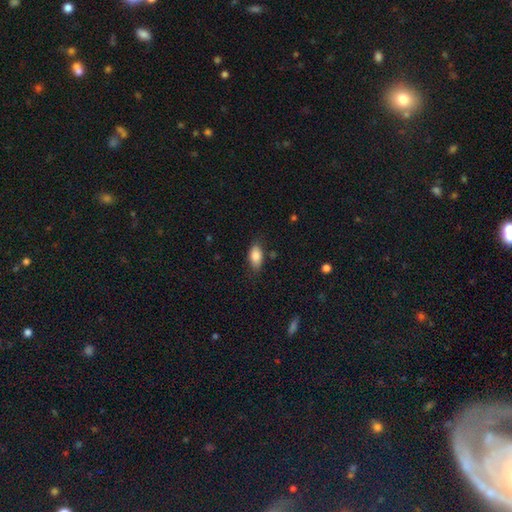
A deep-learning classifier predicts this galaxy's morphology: Smooth or featured? smooth (84%)
How rounded? in between (90%)
Merging? none (77%)